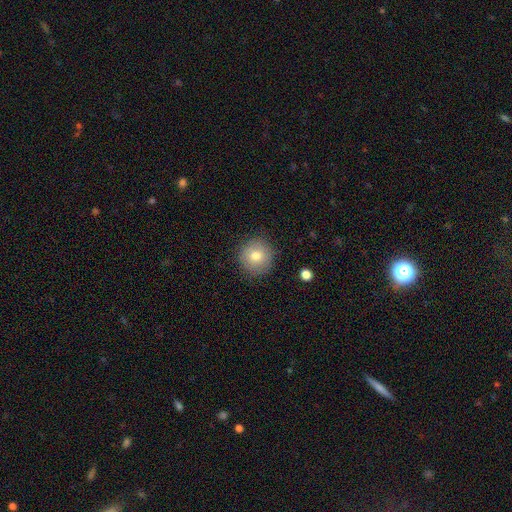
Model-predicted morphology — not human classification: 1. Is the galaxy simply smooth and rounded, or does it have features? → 75% smooth, 15% featured or disk, 10% star or artifact.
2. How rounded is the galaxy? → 94% round, 5% in between, 1% cigar-shaped.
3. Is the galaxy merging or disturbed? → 86% none, 10% minor disturbance, 3% major disturbance, 1% merger.